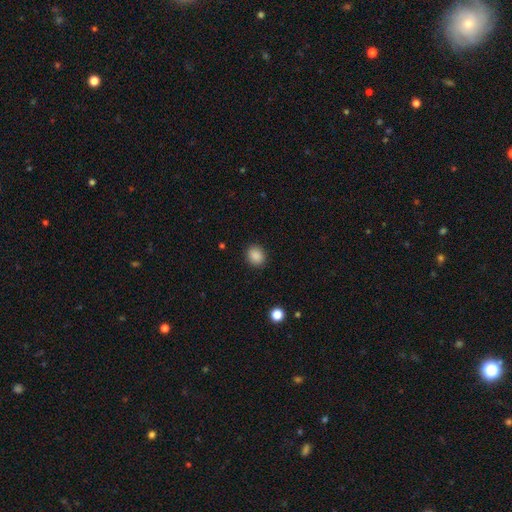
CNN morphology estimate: type=smooth (88%); roundness=round (71%); merging=none (90%).